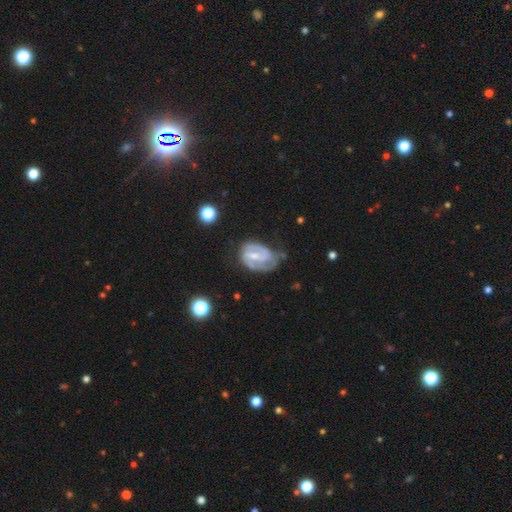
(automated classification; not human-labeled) This appears to be a featured or disk galaxy (82%) with a weak bar (49%), 2 (71%) medium (45%) spiral arms (92%) and a small central bulge (52%). Merging: none (50%).